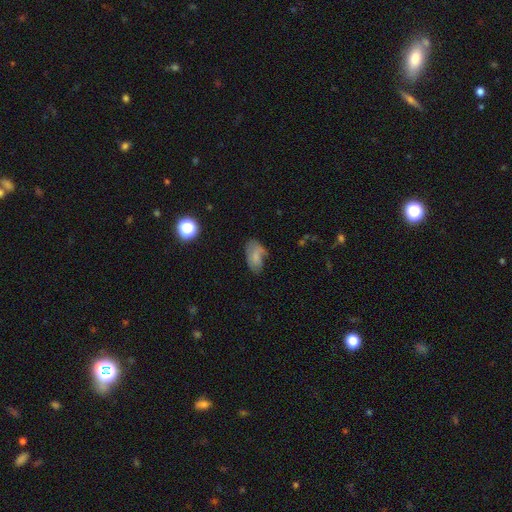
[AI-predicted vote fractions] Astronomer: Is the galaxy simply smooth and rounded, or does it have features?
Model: smooth — 64%.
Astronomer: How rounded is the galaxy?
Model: in between — 91%.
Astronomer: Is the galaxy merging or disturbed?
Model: none — 48% (runner-up: minor disturbance, 32%).